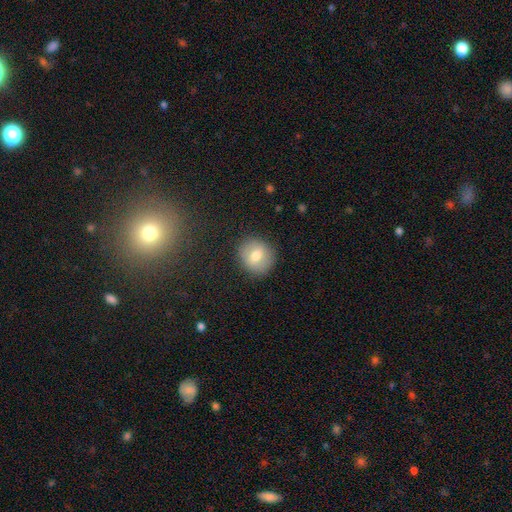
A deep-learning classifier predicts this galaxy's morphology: Overall: smooth (69%). How rounded: round (84%). Merging: none (88%).